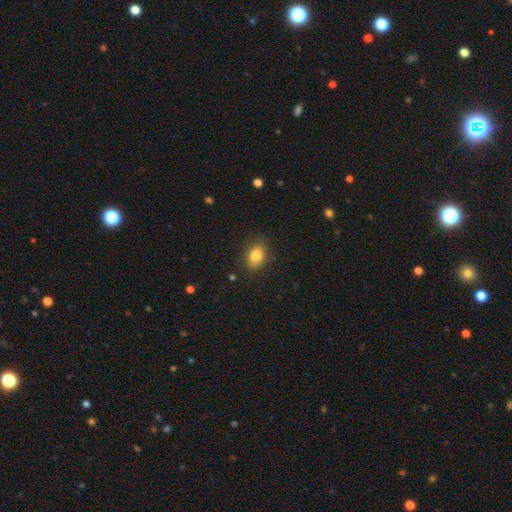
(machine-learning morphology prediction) This is clearly a smooth galaxy (84%). How rounded: likely in between (80%). Merging: clearly none (84%).